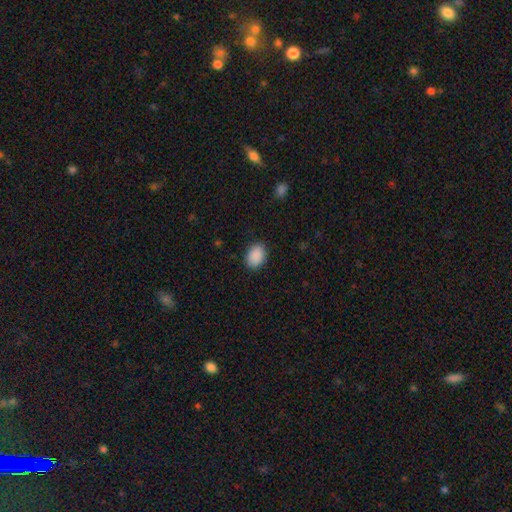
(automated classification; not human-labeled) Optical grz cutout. It shows a smooth galaxy with no disk features (90%) that is in between round and cigar-shaped (73%). Merging: none (87%).